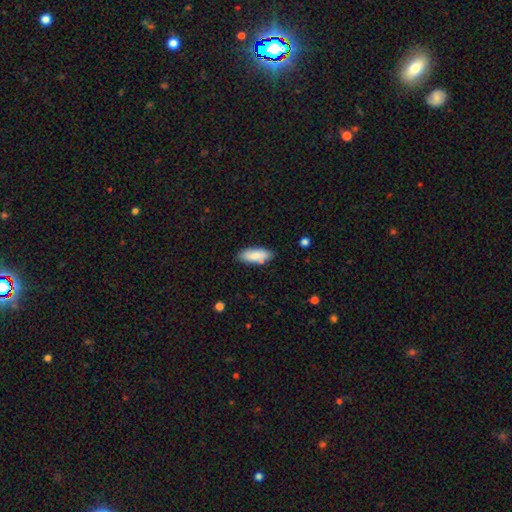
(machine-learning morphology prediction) smooth-or-featured: smooth: 80% | featured or disk: 14% | star or artifact: 6%
  how-rounded: in between: 80% | cigar-shaped: 18% | round: 2%
  merging: none: 79% | minor disturbance: 15% | merger: 4% | major disturbance: 3%